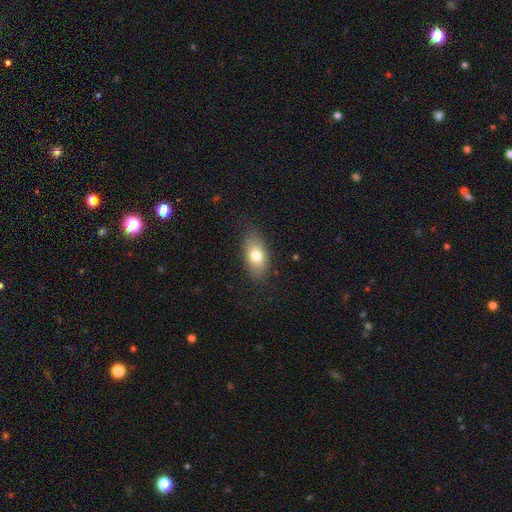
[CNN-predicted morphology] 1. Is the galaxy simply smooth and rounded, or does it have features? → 75% smooth, 17% featured or disk, 8% star or artifact.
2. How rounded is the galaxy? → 88% in between, 8% round, 4% cigar-shaped.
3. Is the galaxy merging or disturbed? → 79% none, 15% minor disturbance, 4% major disturbance, 1% merger.